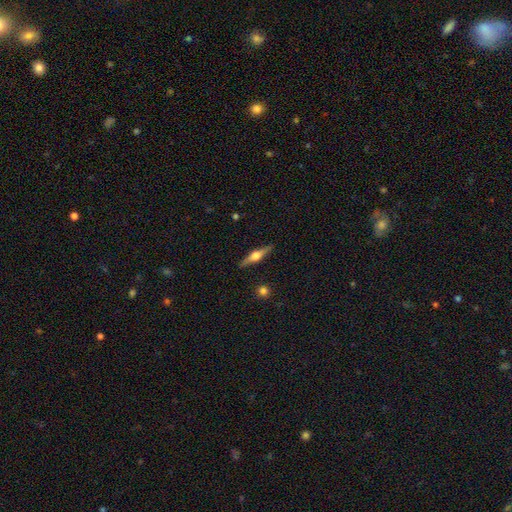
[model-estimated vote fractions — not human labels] The model was most divided on "smooth or featured": featured or disk: 73%, smooth: 21%, star or artifact: 6%. More confident: edge-on disk — yes (98%); edge-on bulge — rounded (94%); merging — none (90%).